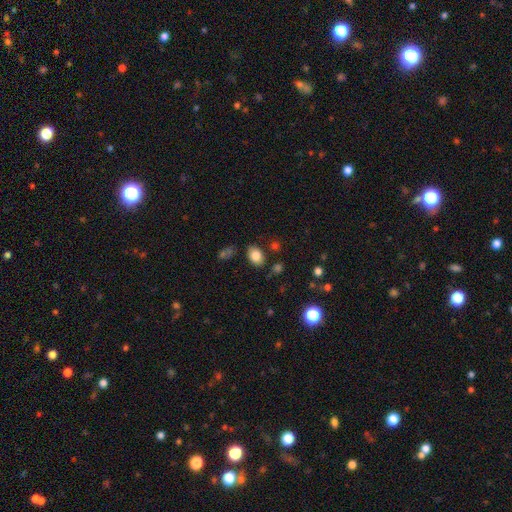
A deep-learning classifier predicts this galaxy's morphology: smooth_or_featured: smooth (p=0.83) [alt: star or artifact p=0.09]
how_rounded: in between (p=0.77) [alt: round p=0.22]
merging: none (p=0.80) [alt: minor disturbance p=0.13]